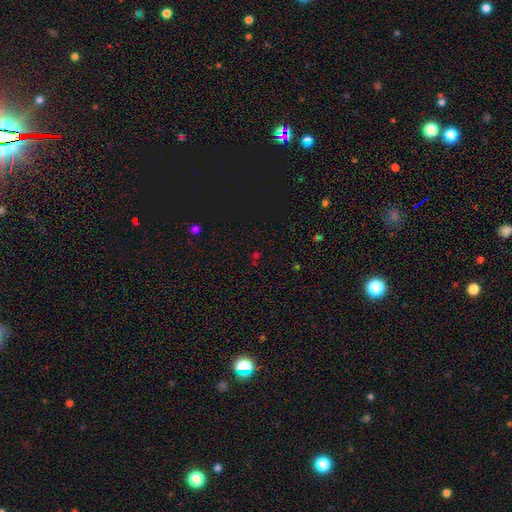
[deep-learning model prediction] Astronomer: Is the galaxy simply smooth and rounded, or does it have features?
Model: star or artifact — 59%.